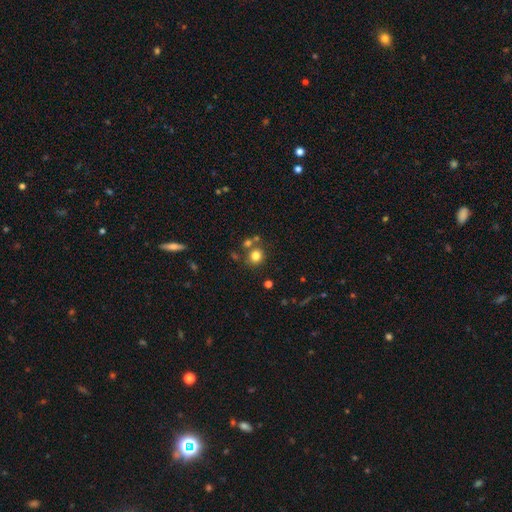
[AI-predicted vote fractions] The model was most divided on "merging": none: 70%, merger: 17%, minor disturbance: 9%, major disturbance: 4%. More confident: how rounded — round (85%); smooth or featured — smooth (79%).